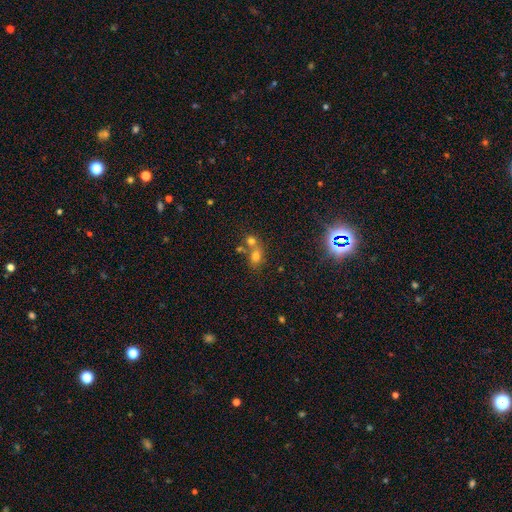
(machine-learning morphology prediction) Smooth or featured? Predicted: smooth (p=0.59). How rounded? Predicted: round (p=0.60). Merging? Predicted: merger (p=0.49).